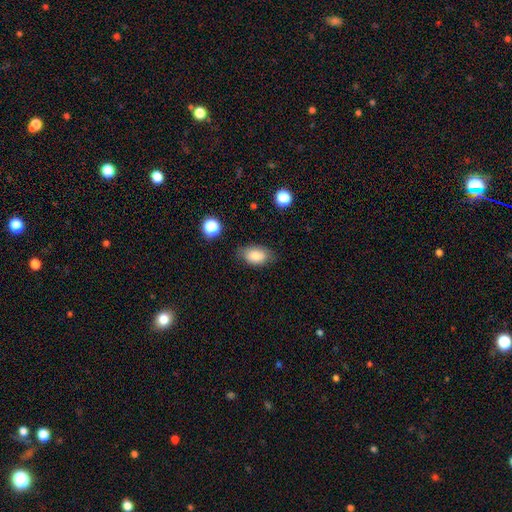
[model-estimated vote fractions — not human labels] This is clearly a smooth galaxy (84%). How rounded: clearly in between (90%). Merging: likely none (78%).